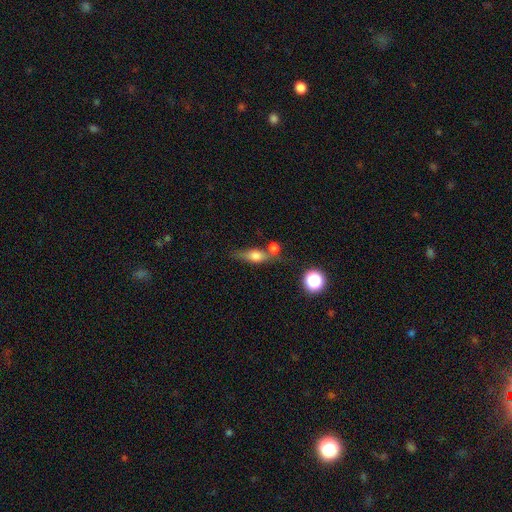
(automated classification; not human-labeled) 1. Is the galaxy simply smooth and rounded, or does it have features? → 59% smooth, 30% featured or disk, 11% star or artifact.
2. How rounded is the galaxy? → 52% in between, 31% cigar-shaped, 18% round.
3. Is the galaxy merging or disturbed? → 43% none, 34% merger, 15% minor disturbance, 8% major disturbance.